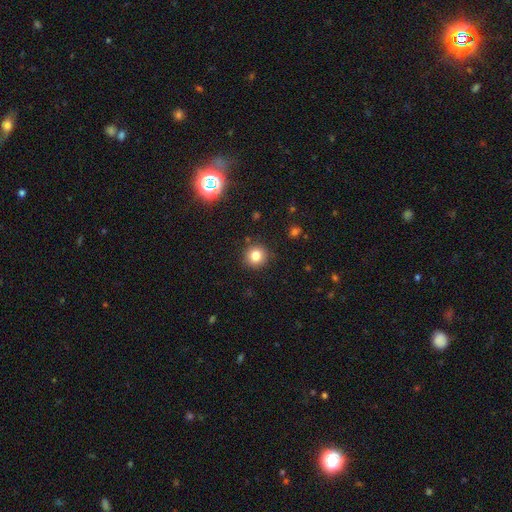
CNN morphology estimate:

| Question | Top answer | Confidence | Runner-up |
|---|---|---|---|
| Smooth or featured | smooth | 81% | star or artifact (13%) |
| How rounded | round | 92% | in between (7%) |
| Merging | none | 89% | minor disturbance (7%) |